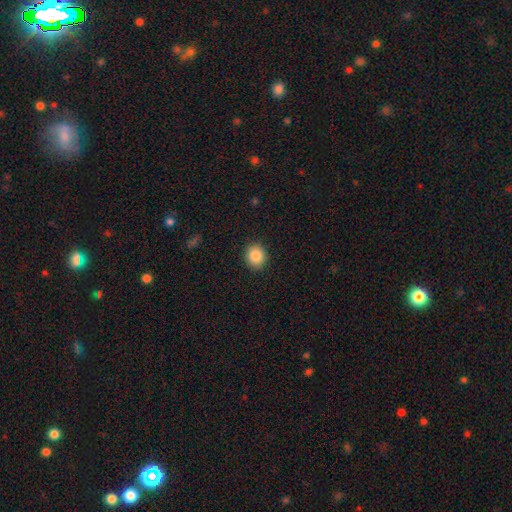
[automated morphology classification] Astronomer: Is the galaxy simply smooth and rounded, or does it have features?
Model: smooth — 86%.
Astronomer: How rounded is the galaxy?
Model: round — 85%.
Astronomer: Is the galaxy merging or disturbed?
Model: none — 91%.